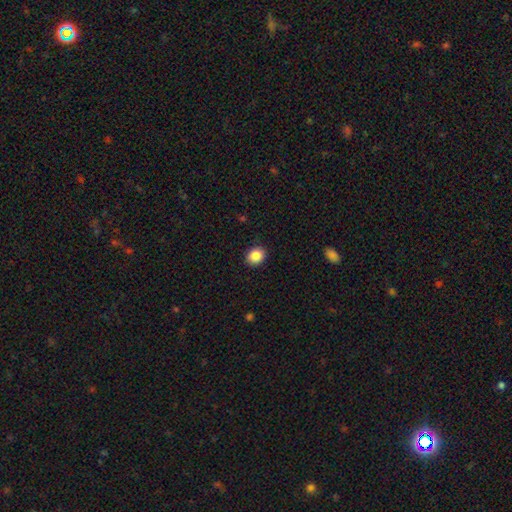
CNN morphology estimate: Smooth or featured? Predicted: smooth (p=0.87). How rounded? Predicted: round (p=0.55). Merging? Predicted: none (p=0.90).